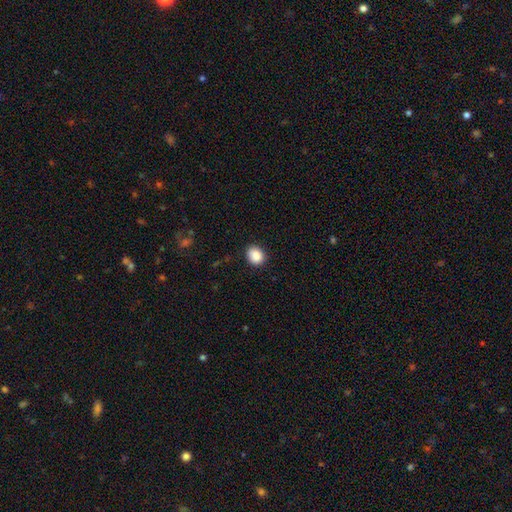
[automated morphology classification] Smooth or featured: smooth — 89% (star or artifact — 8%)
How rounded: round — 57% (in between — 42%)
Merging: none — 88% (minor disturbance — 9%)